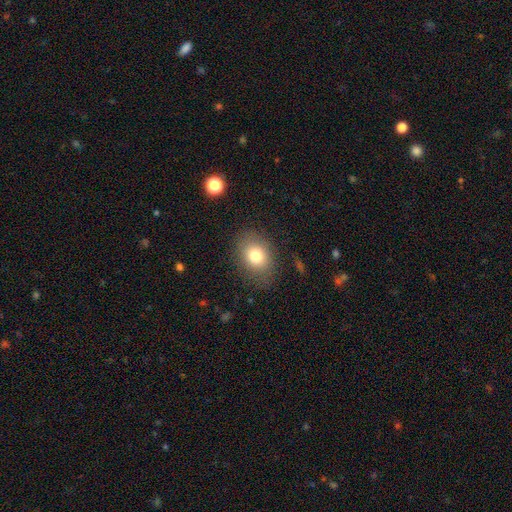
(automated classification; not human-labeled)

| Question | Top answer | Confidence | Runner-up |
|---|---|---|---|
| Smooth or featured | smooth | 78% | featured or disk (12%) |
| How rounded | in between | 62% | round (37%) |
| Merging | none | 81% | minor disturbance (13%) |